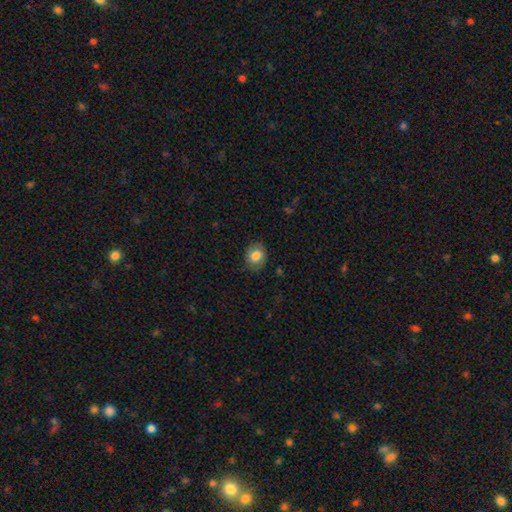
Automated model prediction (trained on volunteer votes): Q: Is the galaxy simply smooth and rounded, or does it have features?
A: smooth — 79%.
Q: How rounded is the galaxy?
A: round — 52%.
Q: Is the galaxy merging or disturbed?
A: none — 82%.